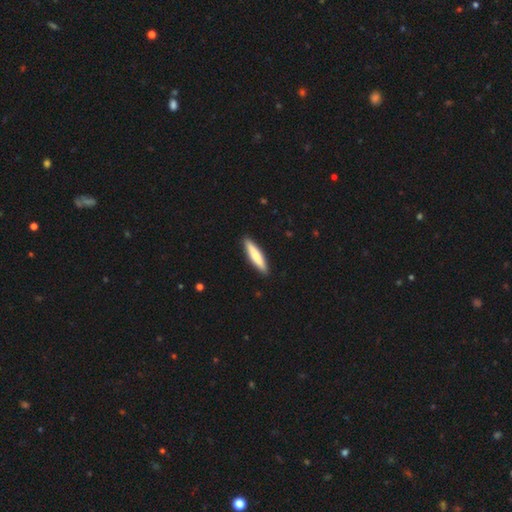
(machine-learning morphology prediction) Q: Smooth or featured?
A: smooth (69%); runner-up: featured or disk (27%)
Q: How rounded?
A: cigar-shaped (85%); runner-up: in between (14%)
Q: Merging?
A: none (91%); runner-up: minor disturbance (6%)